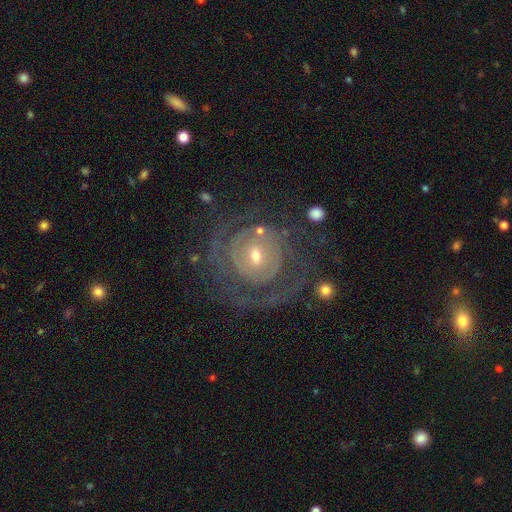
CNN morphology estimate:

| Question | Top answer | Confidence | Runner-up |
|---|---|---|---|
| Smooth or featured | featured or disk | 81% | smooth (12%) |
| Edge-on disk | no | 97% | yes (3%) |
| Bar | no | 63% | weak (28%) |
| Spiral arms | yes | 83% | no (17%) |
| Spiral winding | tight | 72% | medium (20%) |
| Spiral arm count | can't tell | 40% | 2 (27%) |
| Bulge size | small | 56% | moderate (40%) |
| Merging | none | 66% | major disturbance (16%) |